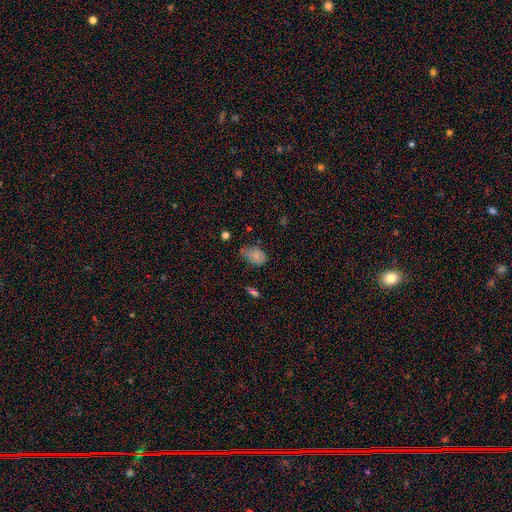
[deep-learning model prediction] The model was most divided on "merging": none: 43%, minor disturbance: 42%, major disturbance: 12%, merger: 3%. More confident: how rounded — in between (82%); smooth or featured — smooth (76%).